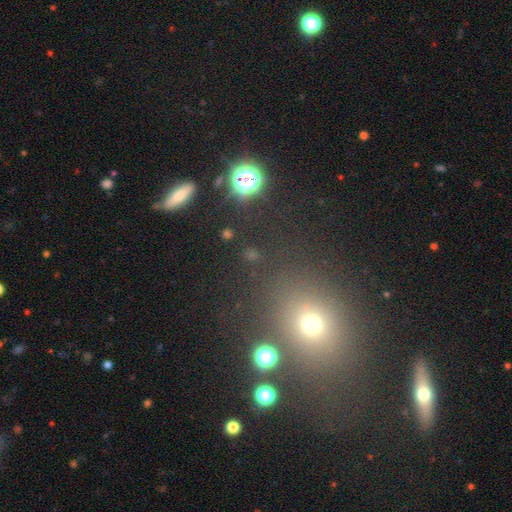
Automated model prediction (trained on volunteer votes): Smooth or featured?
  - smooth: 49% *
  - star or artifact: 39%
  - featured or disk: 13%
Merging?
  - none: 80% *
  - minor disturbance: 10%
  - merger: 6%
  - major disturbance: 5%